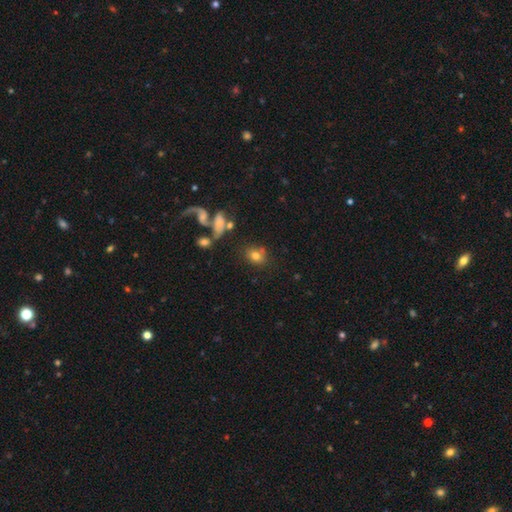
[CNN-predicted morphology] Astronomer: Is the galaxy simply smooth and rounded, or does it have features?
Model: smooth — 75%.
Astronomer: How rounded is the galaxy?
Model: round — 54% (runner-up: in between, 44%).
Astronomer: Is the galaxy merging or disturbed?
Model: none — 62%.